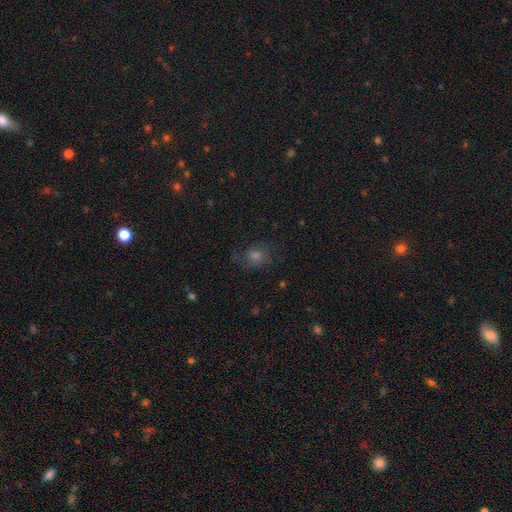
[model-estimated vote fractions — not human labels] smooth_or_featured: smooth (p=0.43) [alt: featured or disk p=0.30]
merging: none (p=0.64) [alt: minor disturbance p=0.19]